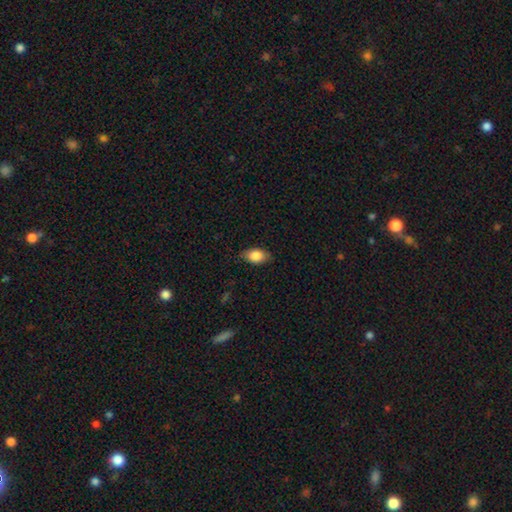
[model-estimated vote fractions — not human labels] Q: Smooth or featured?
A: smooth (84%); runner-up: featured or disk (8%)
Q: How rounded?
A: in between (86%); runner-up: round (12%)
Q: Merging?
A: none (79%); runner-up: minor disturbance (17%)